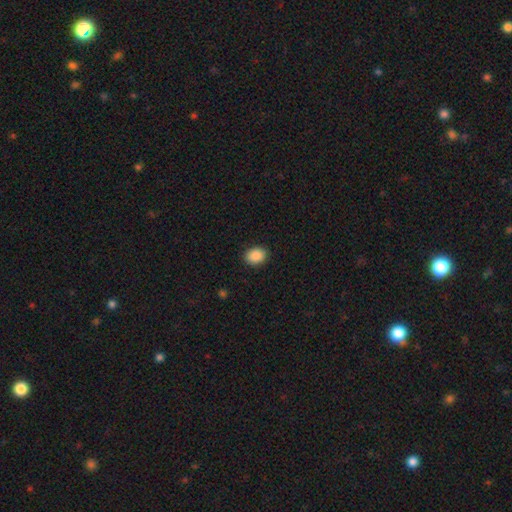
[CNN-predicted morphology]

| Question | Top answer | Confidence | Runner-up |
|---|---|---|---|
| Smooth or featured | smooth | 88% | star or artifact (8%) |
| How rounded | in between | 60% | round (39%) |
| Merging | none | 90% | minor disturbance (7%) |